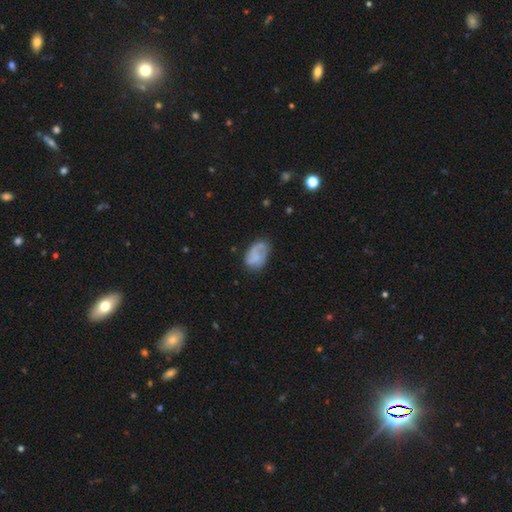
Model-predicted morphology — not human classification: smooth 54%, featured or disk 37%, star or artifact 9%. Down the decision tree: how rounded — in between (84%); merging — none (50%).